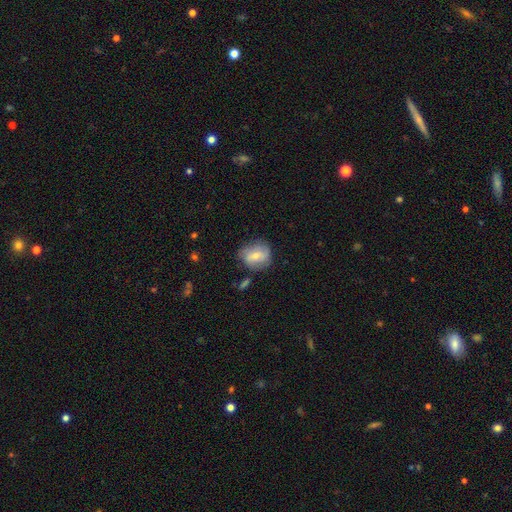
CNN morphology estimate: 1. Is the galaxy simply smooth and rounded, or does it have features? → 53% smooth, 39% featured or disk, 8% star or artifact.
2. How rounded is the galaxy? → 65% round, 33% in between, 1% cigar-shaped.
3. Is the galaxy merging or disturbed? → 61% none, 27% minor disturbance, 8% major disturbance, 4% merger.